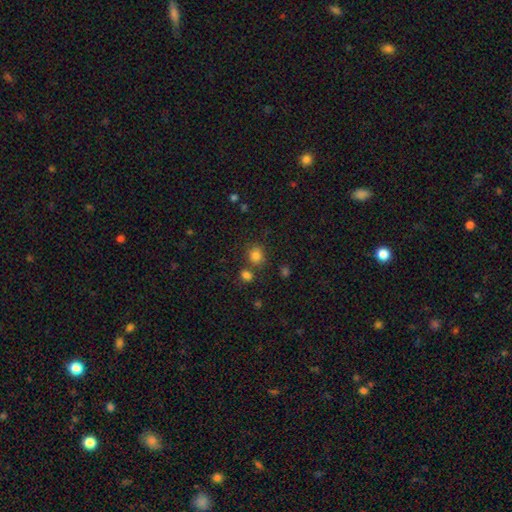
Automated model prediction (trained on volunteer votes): The model was most divided on "merging": none: 70%, merger: 16%, minor disturbance: 10%, major disturbance: 4%. More confident: smooth or featured — smooth (81%); how rounded — round (77%).